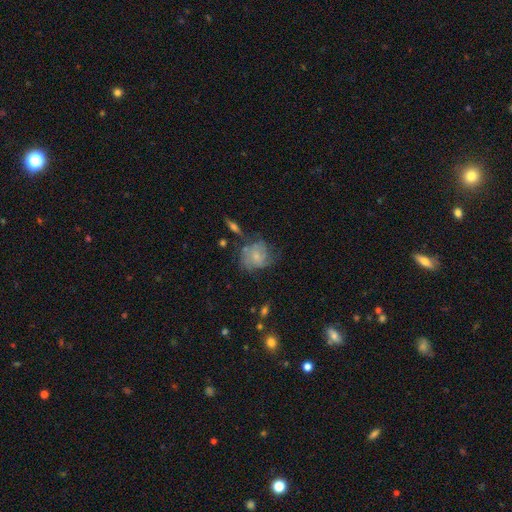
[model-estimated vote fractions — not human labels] featured or disk 50%, smooth 42%, star or artifact 8%. Down the decision tree: merging — none (48%).